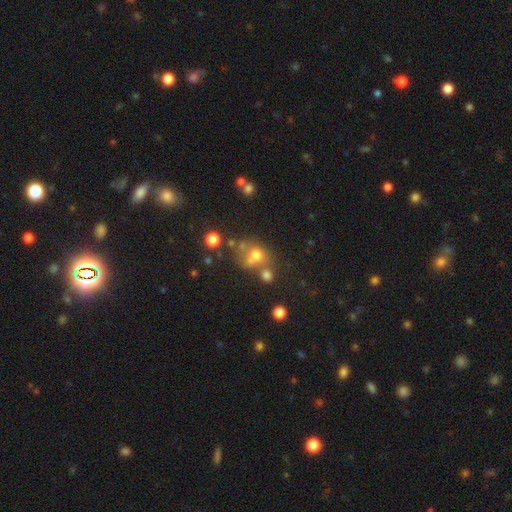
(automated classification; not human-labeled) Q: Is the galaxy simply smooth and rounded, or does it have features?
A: smooth — 63%.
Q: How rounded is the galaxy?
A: round — 68%.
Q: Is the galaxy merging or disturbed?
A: none — 43%.